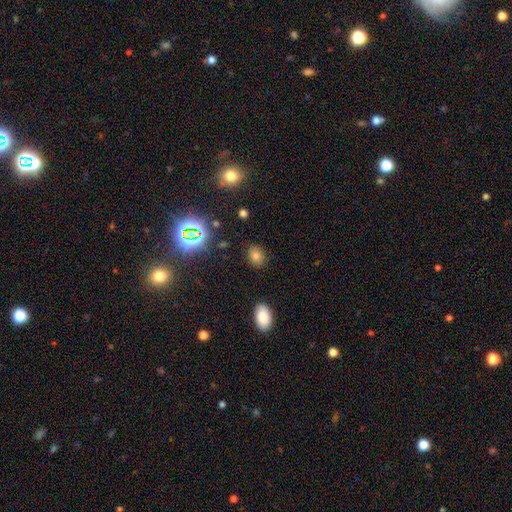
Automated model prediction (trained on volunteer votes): Q: Smooth or featured?
A: smooth (72%); runner-up: star or artifact (20%)
Q: How rounded?
A: in between (50%); runner-up: round (48%)
Q: Merging?
A: none (85%); runner-up: minor disturbance (10%)